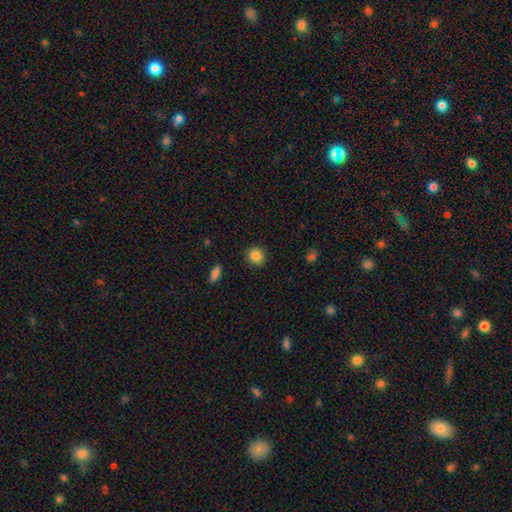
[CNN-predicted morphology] This is clearly a smooth galaxy (85%). How rounded: clearly round (84%). Merging: clearly none (90%).